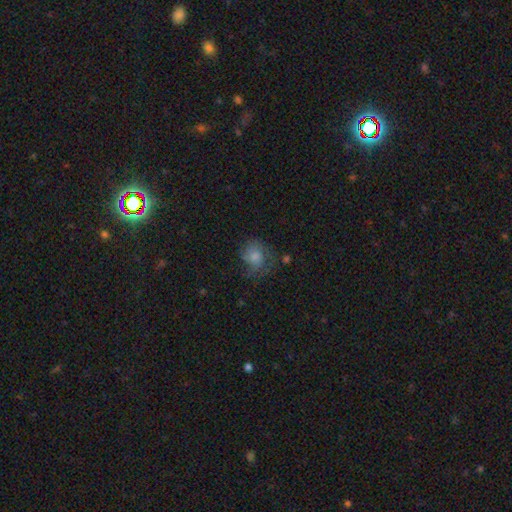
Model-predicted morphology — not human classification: smooth_or_featured: smooth (p=0.45) [alt: featured or disk p=0.37]
merging: none (p=0.60) [alt: minor disturbance p=0.22]